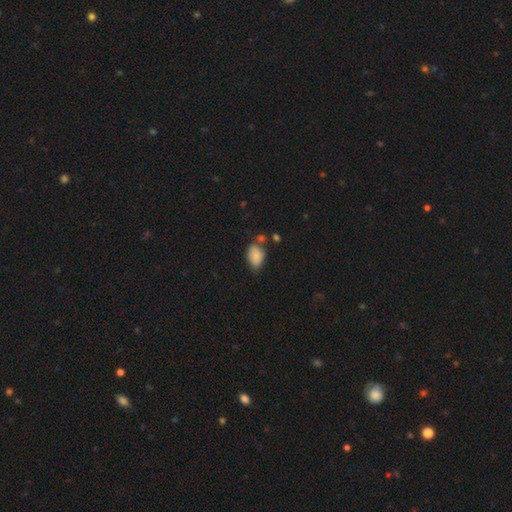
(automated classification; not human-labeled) Morphology: type=smooth (86%); roundness=in between (87%); merging=none (51%).